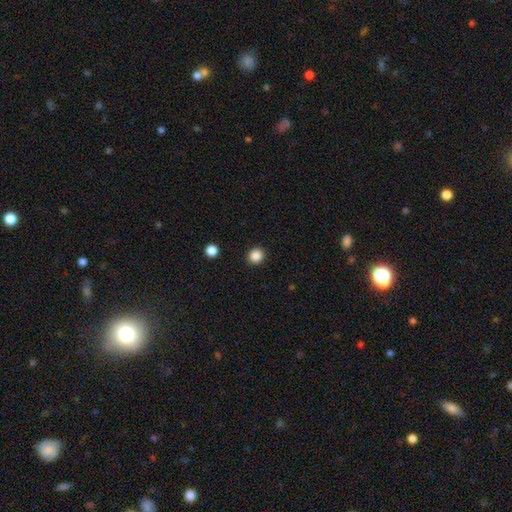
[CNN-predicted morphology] The model was most divided on "how rounded": round: 85%, in between: 14%, cigar-shaped: 1%. More confident: merging — none (92%); smooth or featured — smooth (87%).